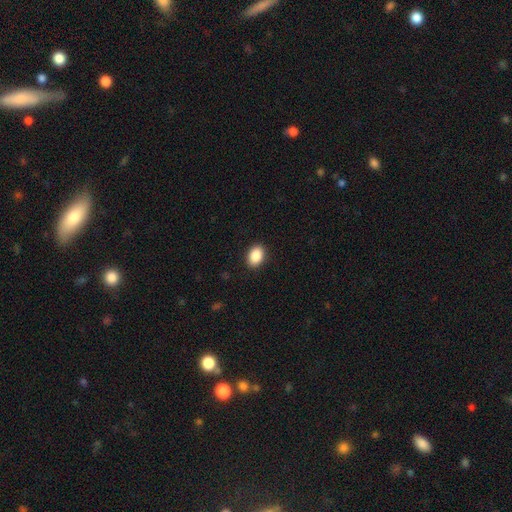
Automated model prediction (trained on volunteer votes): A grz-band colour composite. It shows a smooth galaxy with no disk features (89%) that is in between round and cigar-shaped (79%). Merging: none (91%).